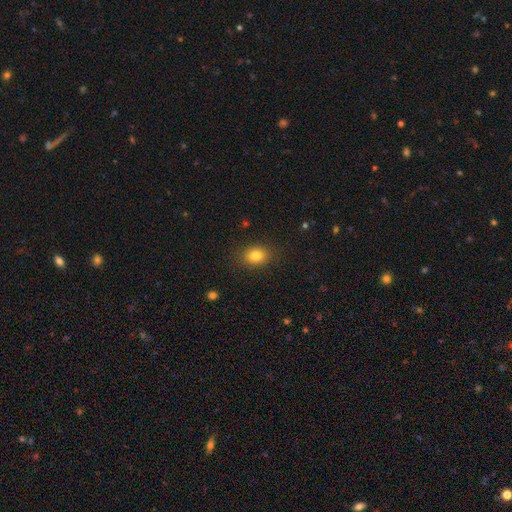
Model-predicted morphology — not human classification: smooth 81%, star or artifact 11%, featured or disk 8%. Down the decision tree: how rounded — in between (55%); merging — none (87%).